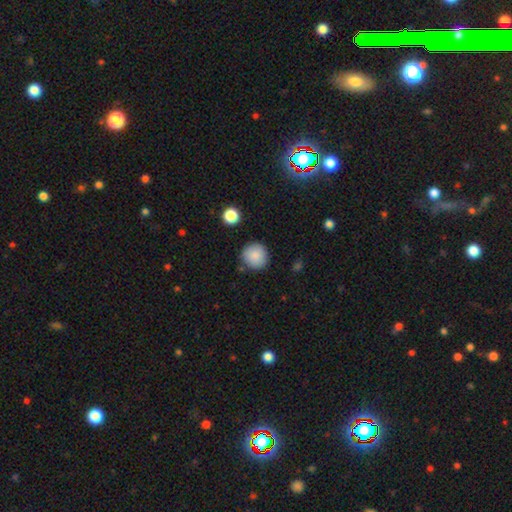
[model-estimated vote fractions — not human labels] Q: Smooth or featured?
A: smooth (88%); runner-up: star or artifact (8%)
Q: How rounded?
A: round (93%); runner-up: in between (6%)
Q: Merging?
A: none (86%); runner-up: minor disturbance (9%)